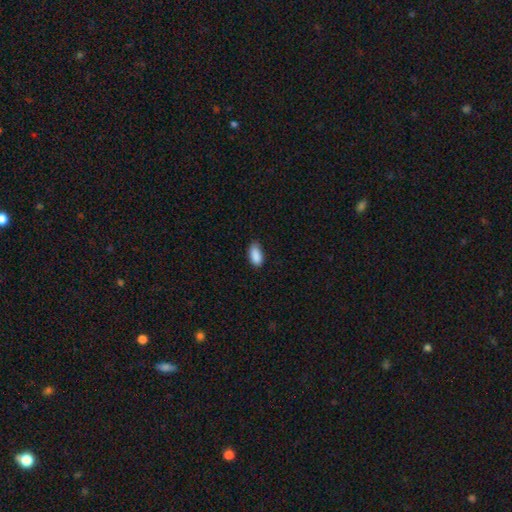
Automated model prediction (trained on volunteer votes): A smooth galaxy with no disk features (89%) that is in between round and cigar-shaped (92%).

Vote fractions:
- Smooth or featured? smooth: 89% / star or artifact: 7% / featured or disk: 3%
- How rounded? in between: 92% / cigar-shaped: 5% / round: 3%
- Merging? none: 75% / minor disturbance: 21% / major disturbance: 3% / merger: 1%